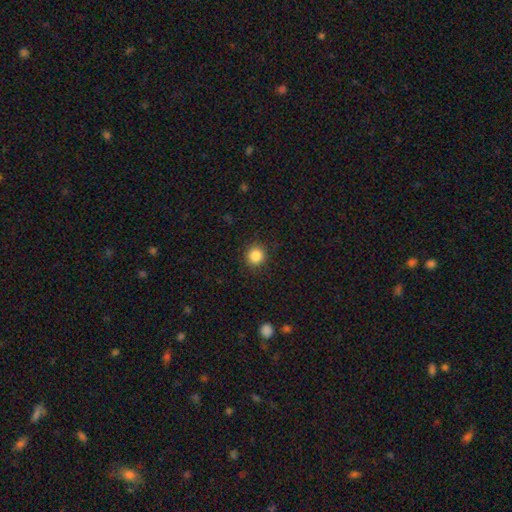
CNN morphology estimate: A smooth galaxy with no disk features (86%) that is round (91%). Merging: none (90%).